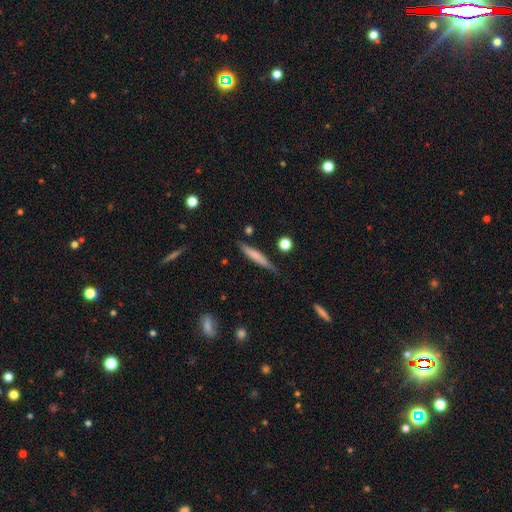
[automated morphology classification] Q: Smooth or featured?
A: smooth (63%); runner-up: featured or disk (31%)
Q: How rounded?
A: cigar-shaped (90%); runner-up: in between (8%)
Q: Merging?
A: none (73%); runner-up: minor disturbance (20%)